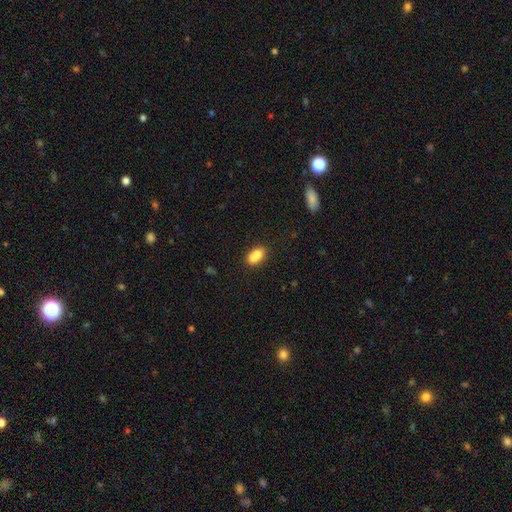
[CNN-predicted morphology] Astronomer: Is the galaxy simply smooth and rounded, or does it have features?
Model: smooth — 75%.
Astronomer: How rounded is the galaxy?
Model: in between — 77%.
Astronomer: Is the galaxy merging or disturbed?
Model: merger — 47% (runner-up: none, 37%).